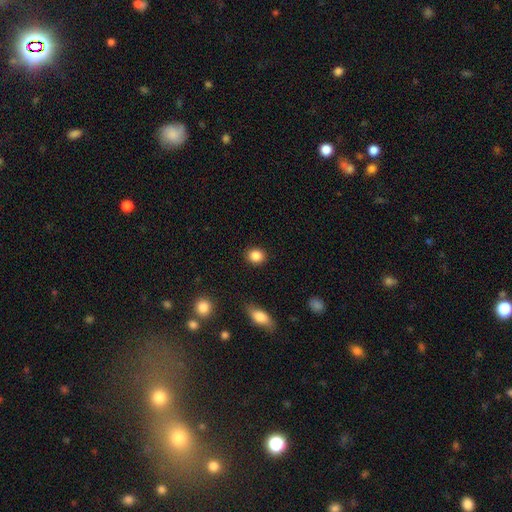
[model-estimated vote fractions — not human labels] smooth-or-featured: smooth: 87% | star or artifact: 9% | featured or disk: 4%
  how-rounded: round: 74% | in between: 25% | cigar-shaped: 1%
  merging: none: 91% | minor disturbance: 6% | major disturbance: 2% | merger: 1%